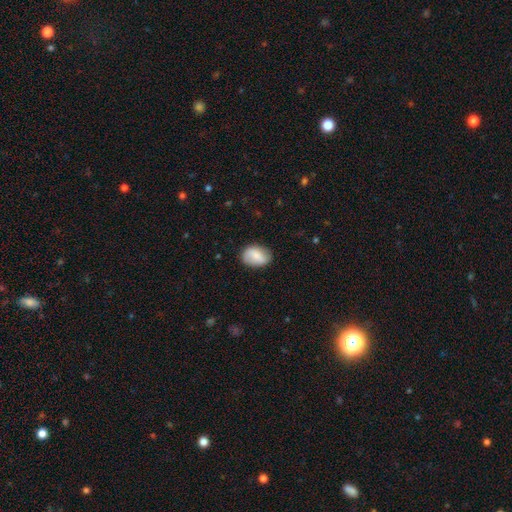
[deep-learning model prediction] Overall: smooth (70%). How rounded: in between (80%). Merging: none (81%).